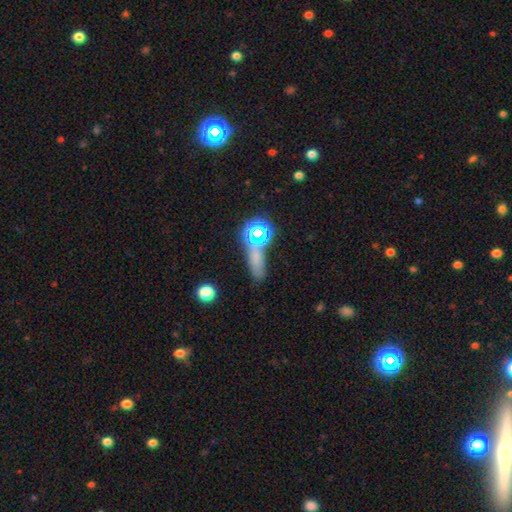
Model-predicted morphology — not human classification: smooth-or-featured: smooth: 51% | star or artifact: 37% | featured or disk: 12%
  how-rounded: in between: 47% | cigar-shaped: 27% | round: 26%
  merging: none: 59% | merger: 16% | minor disturbance: 15% | major disturbance: 10%